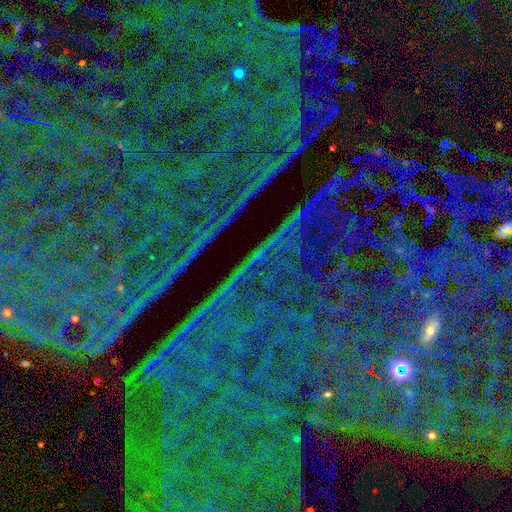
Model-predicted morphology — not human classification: The model was most divided on "smooth or featured": star or artifact: 87%, featured or disk: 7%, smooth: 6%.